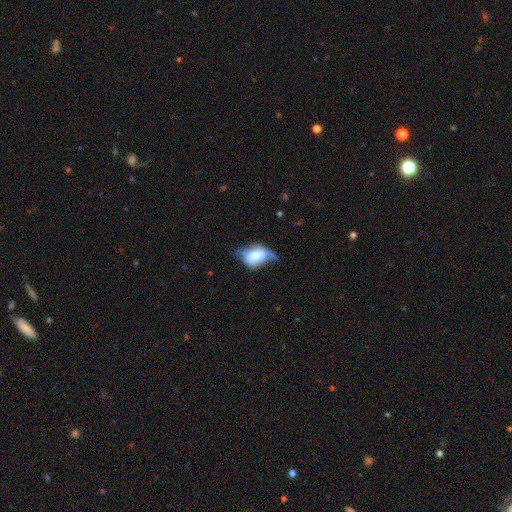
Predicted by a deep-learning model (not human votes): smooth-or-featured: smooth: 64% | featured or disk: 28% | star or artifact: 8%
  how-rounded: in between: 84% | round: 14% | cigar-shaped: 2%
  merging: minor disturbance: 37% | major disturbance: 33% | none: 22% | merger: 8%